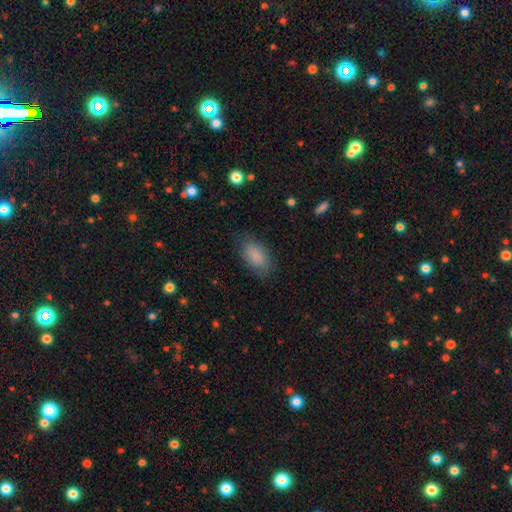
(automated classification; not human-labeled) A smooth galaxy with no disk features (87%) that is in between round and cigar-shaped (92%).

Vote fractions:
- Smooth or featured? smooth: 87% / star or artifact: 7% / featured or disk: 6%
- How rounded? in between: 92% / round: 4% / cigar-shaped: 3%
- Merging? none: 78% / minor disturbance: 16% / major disturbance: 5% / merger: 1%